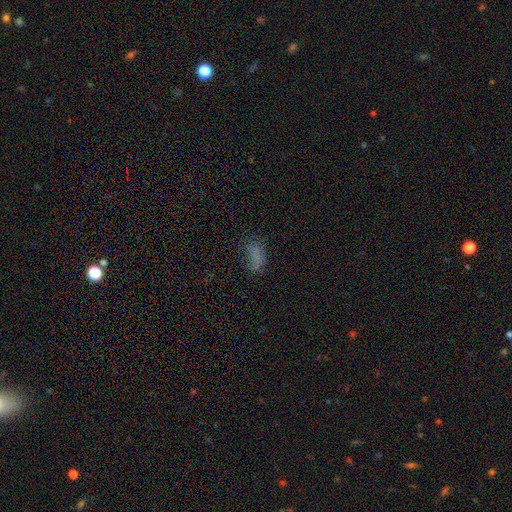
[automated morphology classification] A smooth galaxy with no disk features (64%) that is in between round and cigar-shaped (86%).

Vote fractions:
- Smooth or featured? smooth: 64% / star or artifact: 21% / featured or disk: 15%
- How rounded? in between: 86% / cigar-shaped: 8% / round: 6%
- Merging? none: 48% / minor disturbance: 25% / major disturbance: 23% / merger: 4%